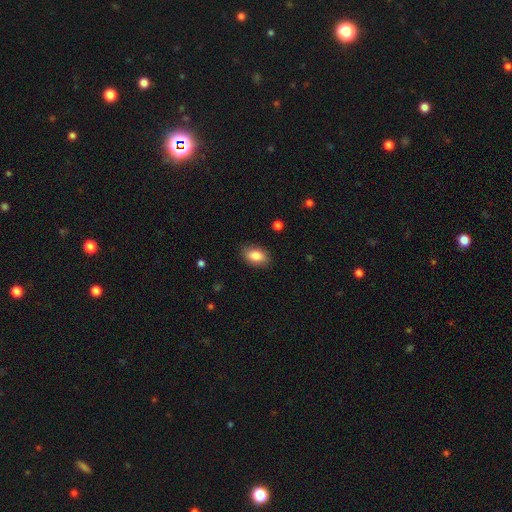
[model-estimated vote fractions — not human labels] Smooth or featured? smooth (85%)
How rounded? in between (91%)
Merging? none (87%)